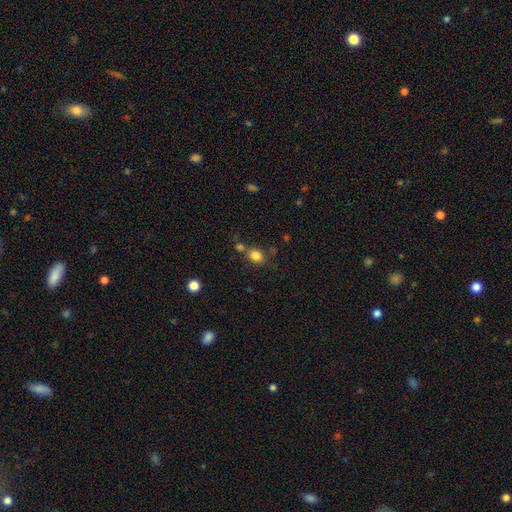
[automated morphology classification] type=smooth (82%); roundness=in between (53%); merging=none (63%).